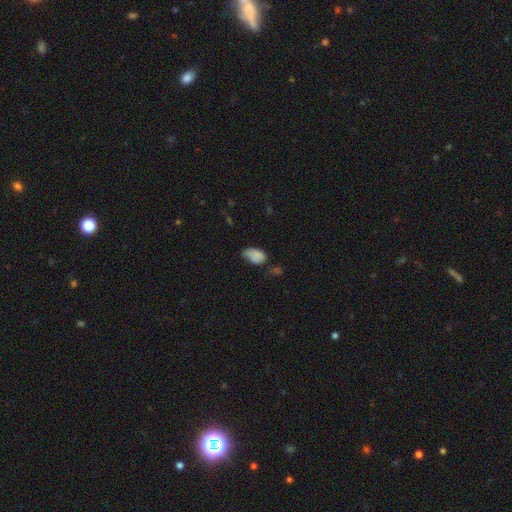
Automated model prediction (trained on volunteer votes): Smooth or featured?
  - smooth: 82% *
  - star or artifact: 9%
  - featured or disk: 9%
How rounded?
  - in between: 92% *
  - round: 6%
  - cigar-shaped: 2%
Merging?
  - minor disturbance: 41% *
  - none: 37%
  - major disturbance: 16%
  - merger: 6%